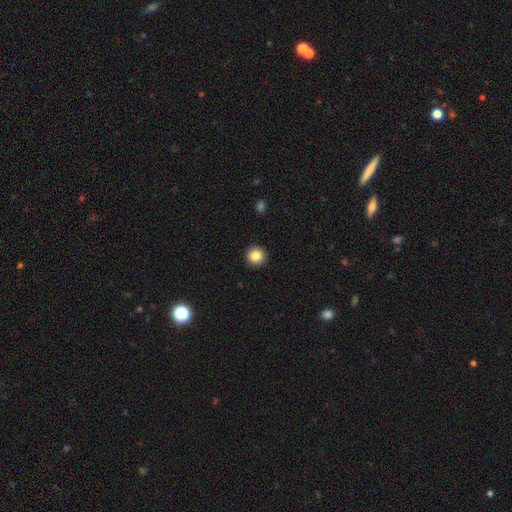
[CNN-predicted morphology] smooth_or_featured: smooth (p=0.85) [alt: star or artifact p=0.10]
how_rounded: round (p=0.96) [alt: in between p=0.03]
merging: none (p=0.94) [alt: minor disturbance p=0.04]